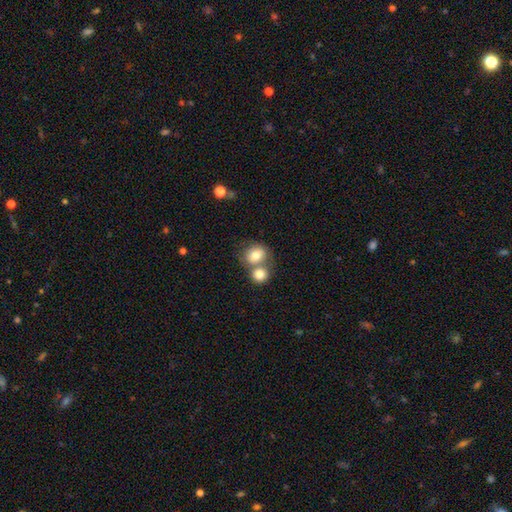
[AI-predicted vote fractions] A smooth galaxy with no disk features (77%) that is round (65%).

Vote fractions:
- Smooth or featured? smooth: 77% / featured or disk: 14% / star or artifact: 9%
- How rounded? round: 65% / in between: 34% / cigar-shaped: 1%
- Merging? merger: 51% / none: 38% / minor disturbance: 8% / major disturbance: 3%